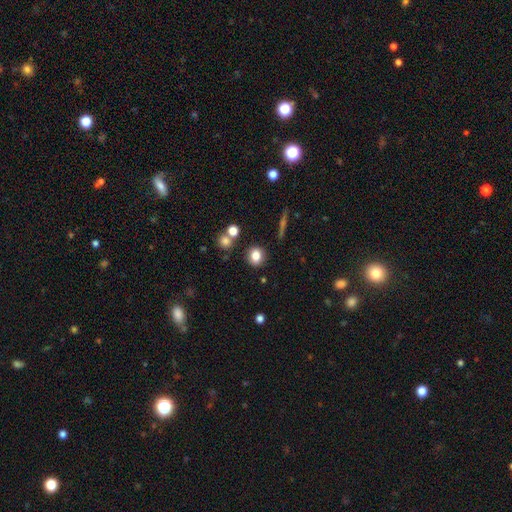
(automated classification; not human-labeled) A smooth galaxy with no disk features (81%) that is round (73%). Merging: none (85%).